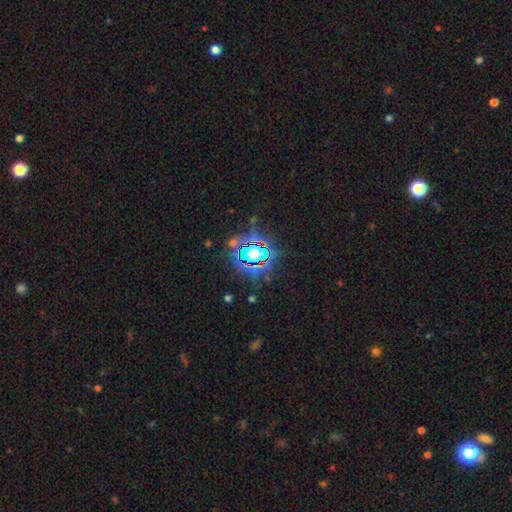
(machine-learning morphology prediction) Smooth or featured: star or artifact — 66% (smooth — 21%)